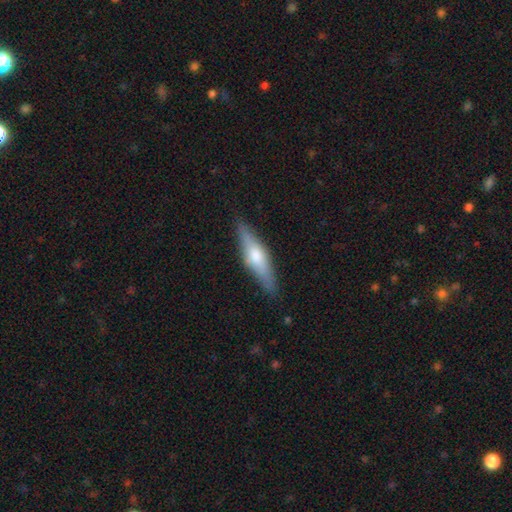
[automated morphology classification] Smooth or featured? featured or disk (50%)
Merging? none (86%)